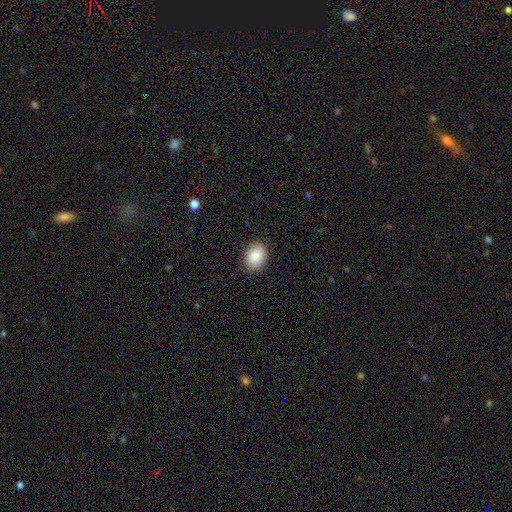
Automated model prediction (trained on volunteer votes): A smooth galaxy with no disk features (85%) that is in between round and cigar-shaped (69%).

Vote fractions:
- Smooth or featured? smooth: 85% / star or artifact: 8% / featured or disk: 7%
- How rounded? in between: 69% / round: 30% / cigar-shaped: 1%
- Merging? none: 87% / minor disturbance: 10% / major disturbance: 2% / merger: 1%